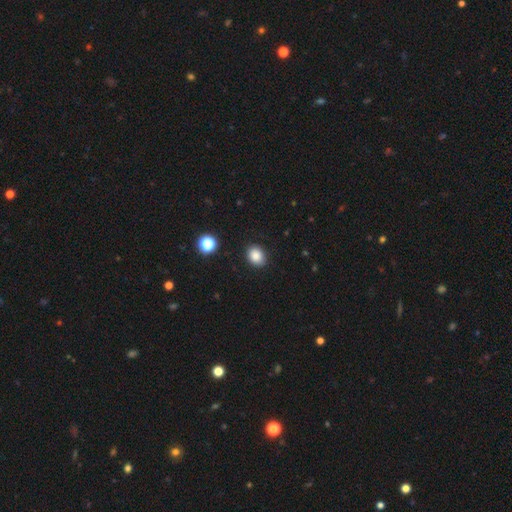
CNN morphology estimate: This appears to be a smooth galaxy with no disk features (85%) that is in between round and cigar-shaped (53%). Merging: none (89%).